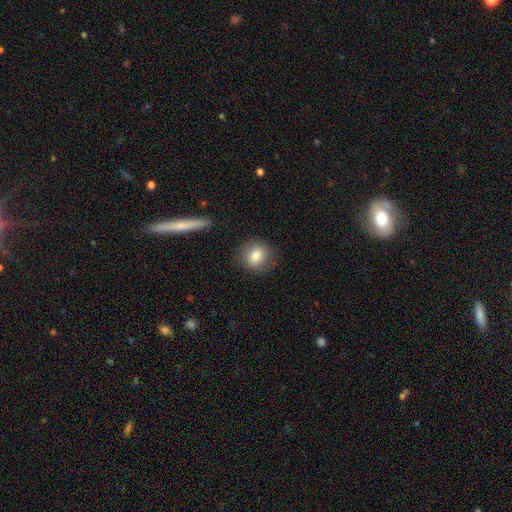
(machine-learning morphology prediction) The model was most divided on "how rounded": round: 75%, in between: 24%, cigar-shaped: 1%. More confident: merging — none (82%); smooth or featured — smooth (82%).